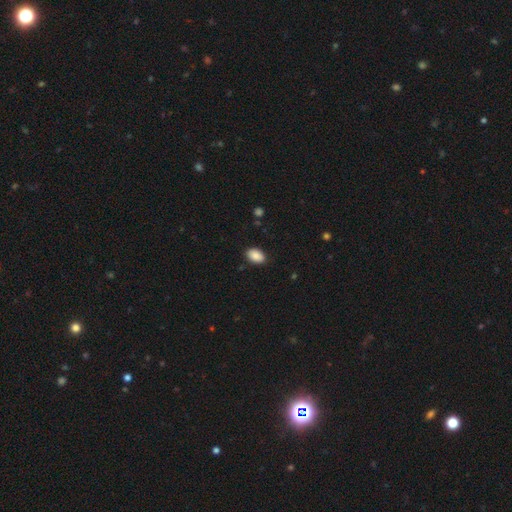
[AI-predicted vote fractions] smooth-or-featured: smooth: 87% | star or artifact: 8% | featured or disk: 6%
  how-rounded: in between: 89% | round: 10% | cigar-shaped: 1%
  merging: none: 86% | minor disturbance: 10% | major disturbance: 2% | merger: 1%